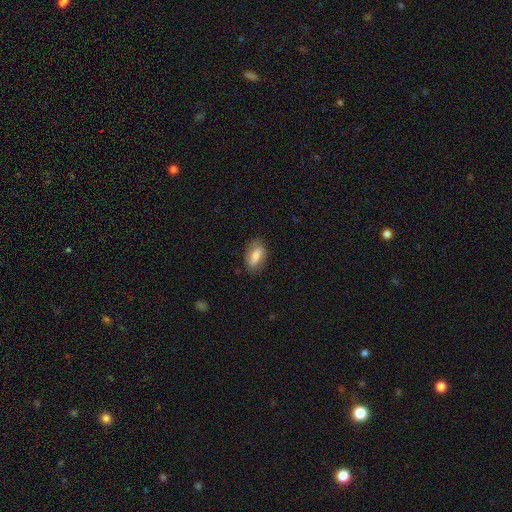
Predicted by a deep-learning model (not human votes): smooth 65%, featured or disk 28%, star or artifact 7%. Down the decision tree: how rounded — in between (88%); merging — none (77%).